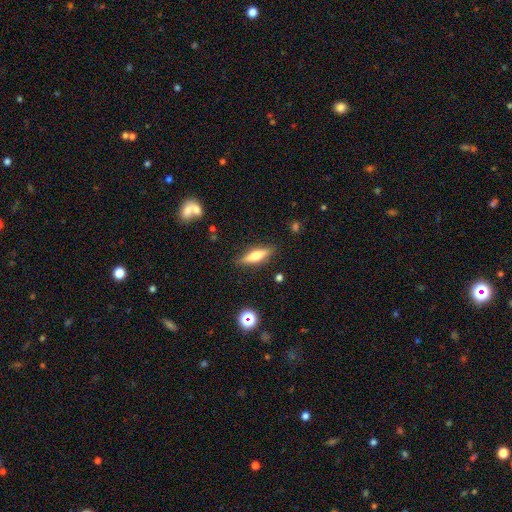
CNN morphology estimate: Smooth or featured? smooth (51%)
How rounded? cigar-shaped (67%)
Merging? none (87%)